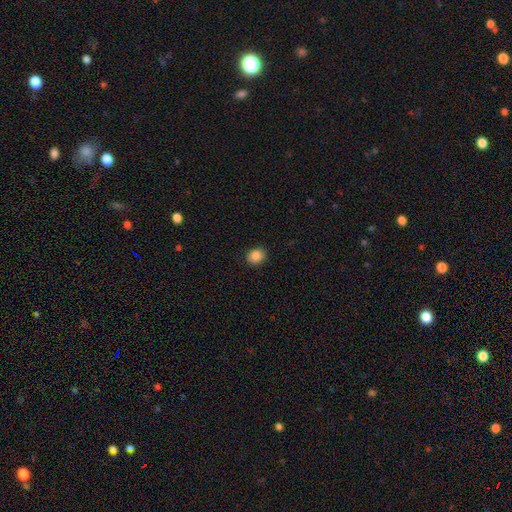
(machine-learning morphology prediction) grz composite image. It shows a smooth galaxy with no disk features (87%) that is round (67%). Merging: none (90%).